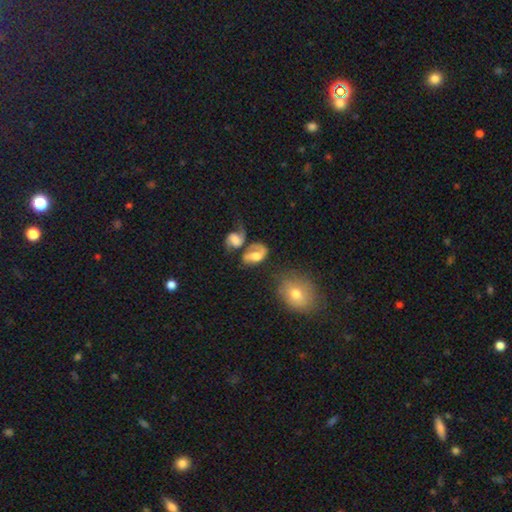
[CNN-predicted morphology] The model was most divided on "merging": merger: 35%, none: 29%, major disturbance: 19%, minor disturbance: 16%. Remaining: edge-on disk — no (95%); spiral arms — yes (74%); smooth or featured — featured or disk (55%); bar — no (51%); bulge size — moderate (49%).